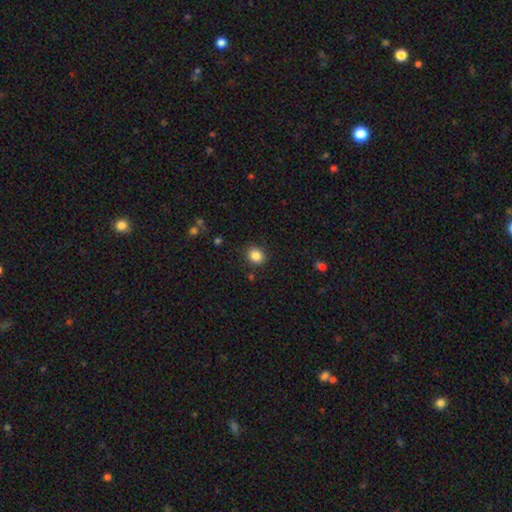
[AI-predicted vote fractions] A smooth galaxy with no disk features (85%) that is round (70%).

Vote fractions:
- Smooth or featured? smooth: 85% / star or artifact: 10% / featured or disk: 5%
- How rounded? round: 70% / in between: 29% / cigar-shaped: 1%
- Merging? none: 86% / minor disturbance: 10% / major disturbance: 3% / merger: 2%